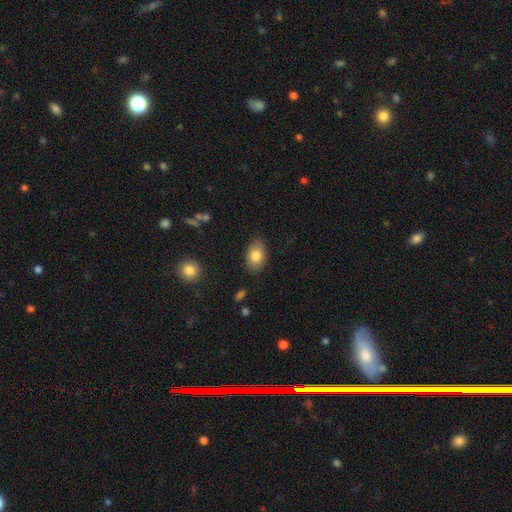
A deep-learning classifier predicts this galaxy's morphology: A smooth galaxy with no disk features (82%) that is in between round and cigar-shaped (86%). Merging: none (84%).